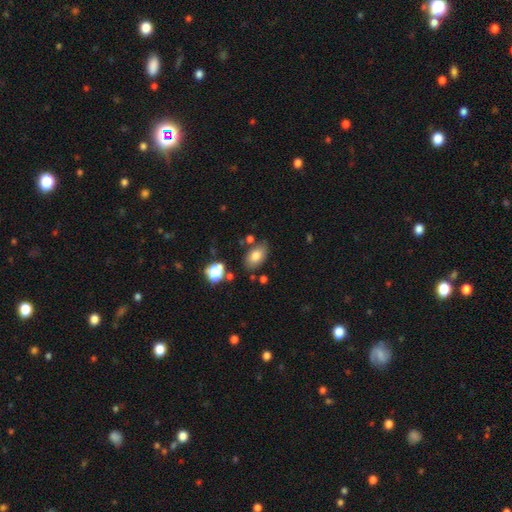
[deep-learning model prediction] This appears to be a smooth galaxy with no disk features (77%) that is in between round and cigar-shaped (89%). Merging: none (76%).